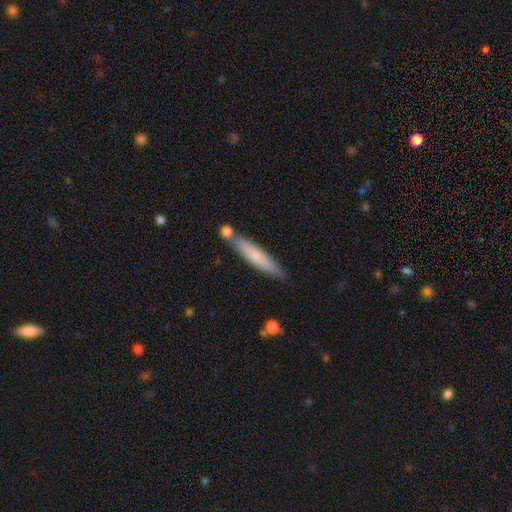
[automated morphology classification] This is likely a smooth galaxy (70%). How rounded: clearly cigar-shaped (90%). Merging: likely none (75%).